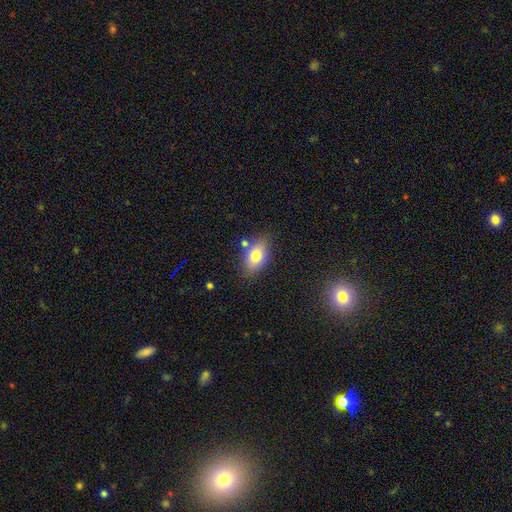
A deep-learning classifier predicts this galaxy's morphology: Q: Smooth or featured?
A: smooth (77%); runner-up: featured or disk (14%)
Q: How rounded?
A: in between (86%); runner-up: round (11%)
Q: Merging?
A: none (75%); runner-up: minor disturbance (14%)